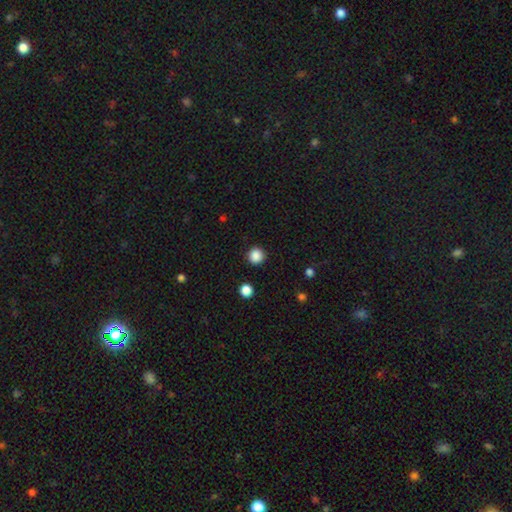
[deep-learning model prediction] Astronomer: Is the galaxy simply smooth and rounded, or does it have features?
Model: smooth — 87%.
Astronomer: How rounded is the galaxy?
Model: round — 94%.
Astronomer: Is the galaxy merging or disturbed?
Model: none — 91%.